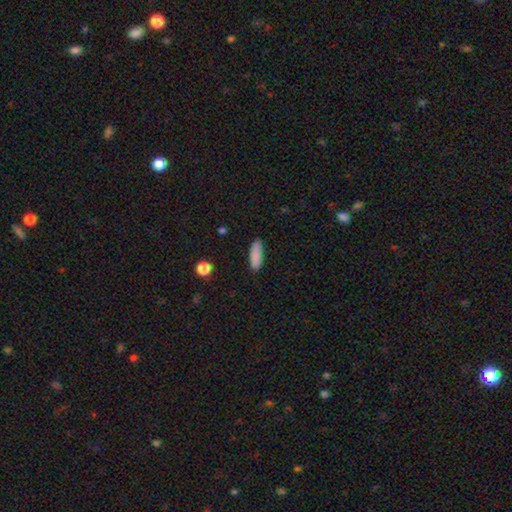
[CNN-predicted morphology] smooth 87%, star or artifact 7%, featured or disk 6%. Down the decision tree: how rounded — cigar-shaped (54%); merging — none (84%).